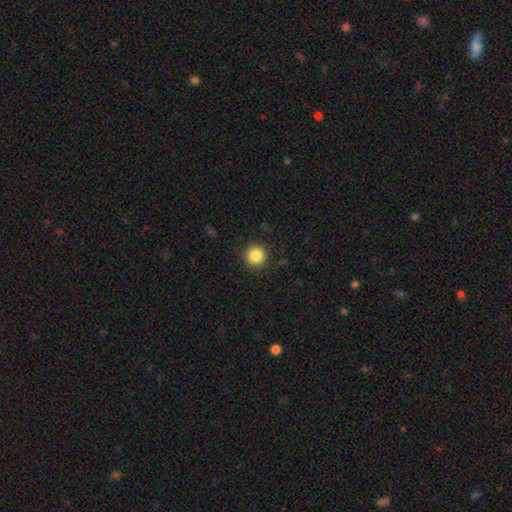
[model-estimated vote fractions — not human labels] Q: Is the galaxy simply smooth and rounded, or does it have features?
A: smooth — 86%.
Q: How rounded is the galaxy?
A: round — 95%.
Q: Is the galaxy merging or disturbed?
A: none — 91%.